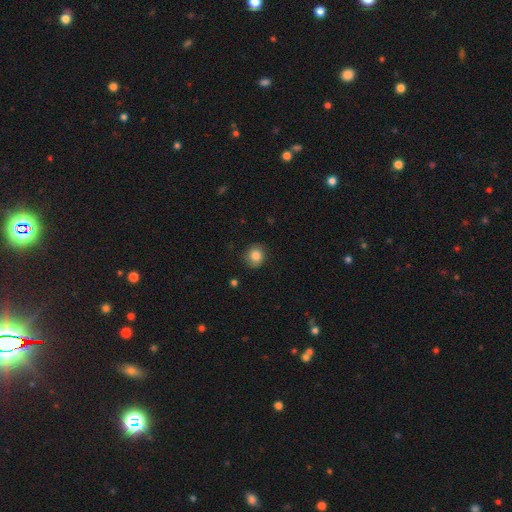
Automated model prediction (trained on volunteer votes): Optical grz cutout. It shows a smooth galaxy with no disk features (82%) that is round (77%). Merging: none (85%).